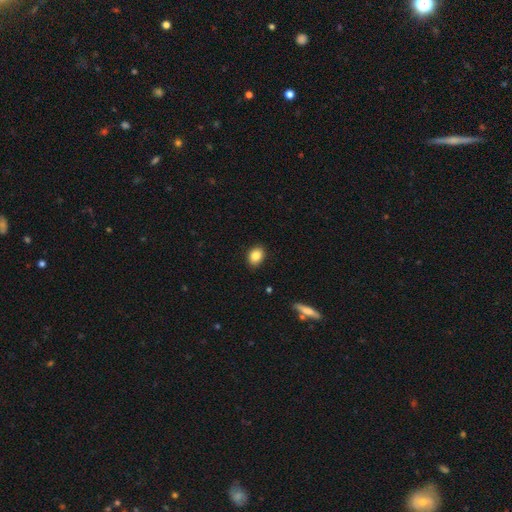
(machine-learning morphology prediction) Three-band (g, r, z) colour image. It shows a smooth galaxy with no disk features (86%) that is in between round and cigar-shaped (67%). Merging: none (88%).